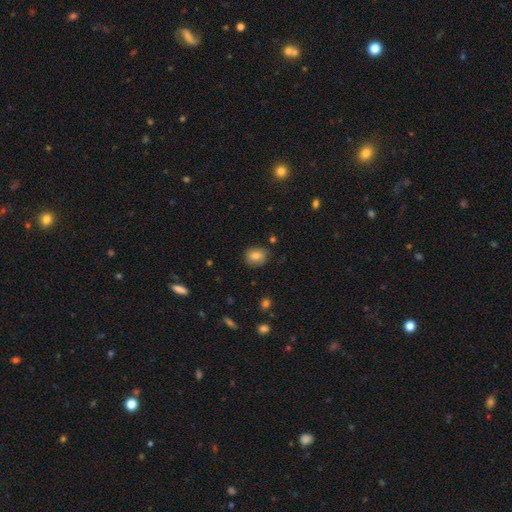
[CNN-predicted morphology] type=smooth (77%); roundness=round (69%); merging=none (80%).